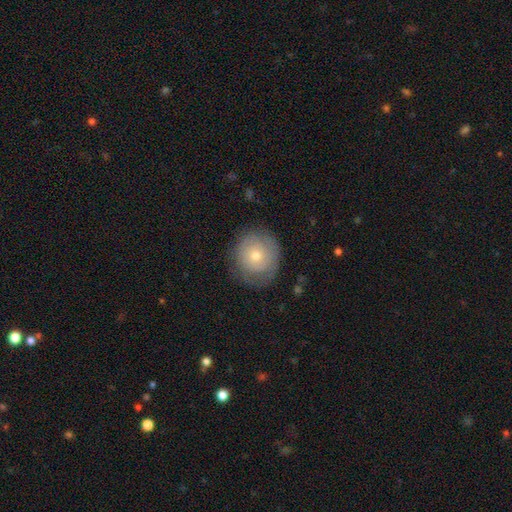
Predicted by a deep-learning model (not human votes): The model was most divided on "smooth or featured": smooth: 55%, featured or disk: 37%, star or artifact: 8%. More confident: how rounded — round (89%); merging — none (76%).